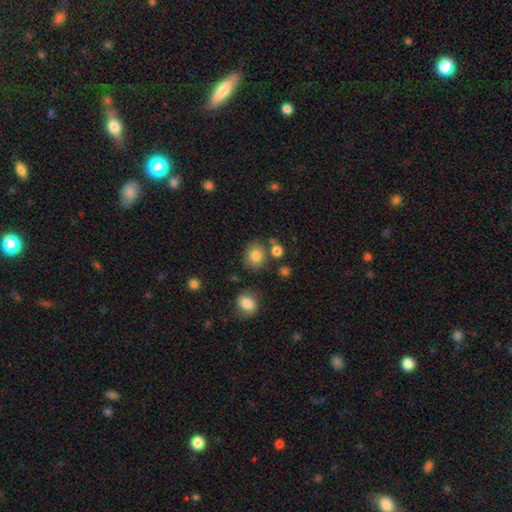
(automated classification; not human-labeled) Smooth or featured: smooth — 81% (star or artifact — 11%)
How rounded: round — 75% (in between — 24%)
Merging: none — 75% (minor disturbance — 11%)